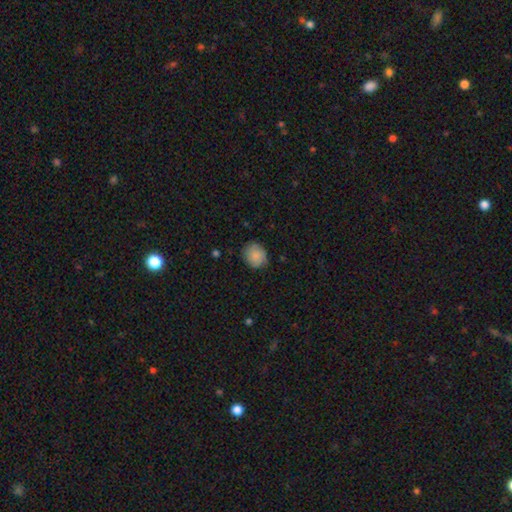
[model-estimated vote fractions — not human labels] Overall: smooth (85%). How rounded: round (72%). Merging: none (81%).